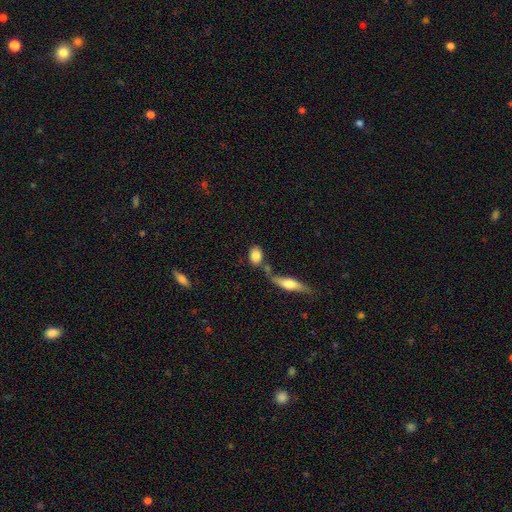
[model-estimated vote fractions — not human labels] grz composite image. It shows a smooth galaxy with no disk features (82%) that is in between round and cigar-shaped (81%). Merging: none (58%).